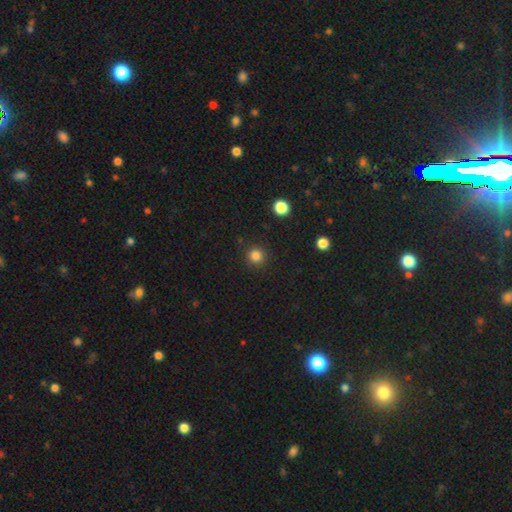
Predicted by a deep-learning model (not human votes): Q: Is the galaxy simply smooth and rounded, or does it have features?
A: smooth — 84%.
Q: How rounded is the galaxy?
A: round — 95%.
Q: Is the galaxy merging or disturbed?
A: none — 91%.